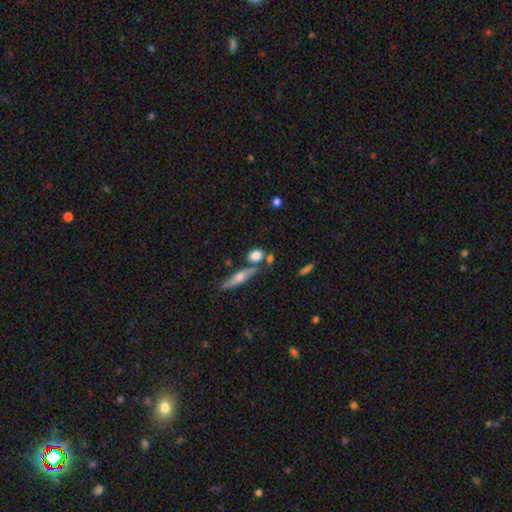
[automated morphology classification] Q: Smooth or featured?
A: smooth (79%); runner-up: featured or disk (12%)
Q: How rounded?
A: round (64%); runner-up: in between (28%)
Q: Merging?
A: none (64%); runner-up: merger (19%)